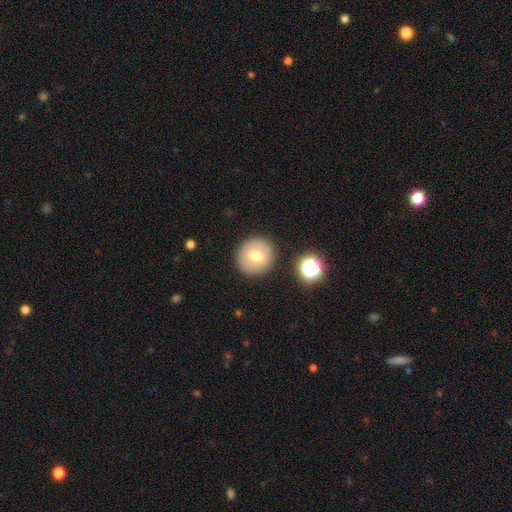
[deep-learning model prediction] smooth 66%, featured or disk 25%, star or artifact 10%. Down the decision tree: how rounded — round (90%); merging — none (87%).